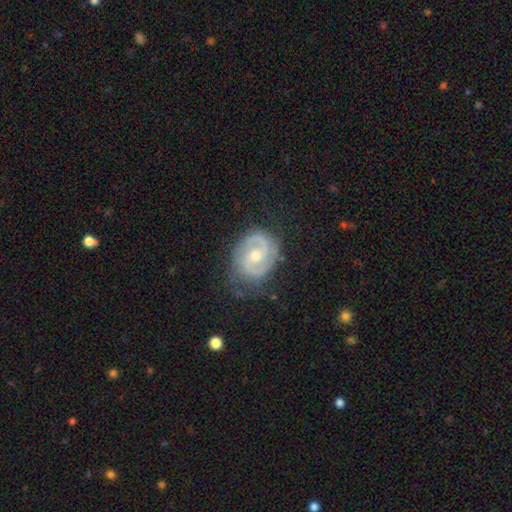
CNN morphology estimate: Smooth or featured? Predicted: featured or disk (p=0.89). Edge-on disk? Predicted: no (p=0.98). Bar? Predicted: no (p=0.45). Spiral arms? Predicted: yes (p=0.97). Spiral winding? Predicted: medium (p=0.48). Spiral arm count? Predicted: 2 (p=0.89). Bulge size? Predicted: moderate (p=0.60). Merging? Predicted: none (p=0.72).